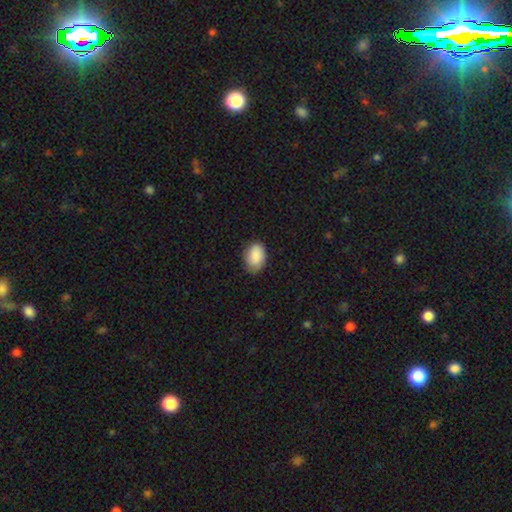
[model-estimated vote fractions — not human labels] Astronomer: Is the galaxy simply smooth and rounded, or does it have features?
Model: smooth — 90%.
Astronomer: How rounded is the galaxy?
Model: in between — 82%.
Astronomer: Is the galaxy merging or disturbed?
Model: none — 78%.